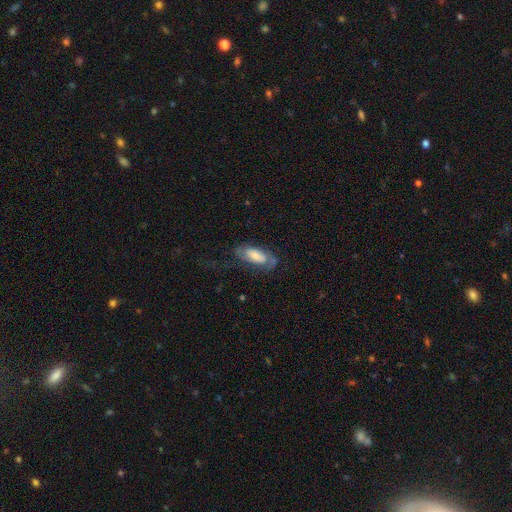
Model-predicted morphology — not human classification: smooth-or-featured: featured or disk: 48% | smooth: 45% | star or artifact: 7%
  merging: none: 55% | minor disturbance: 24% | major disturbance: 19% | merger: 2%